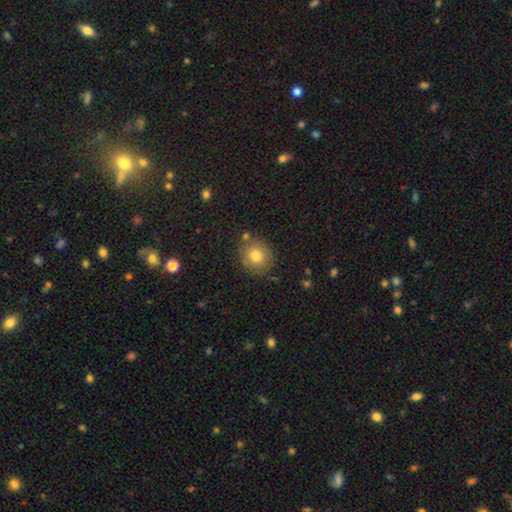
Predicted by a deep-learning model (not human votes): Smooth or featured? Predicted: smooth (p=0.77). How rounded? Predicted: round (p=0.79). Merging? Predicted: none (p=0.77).